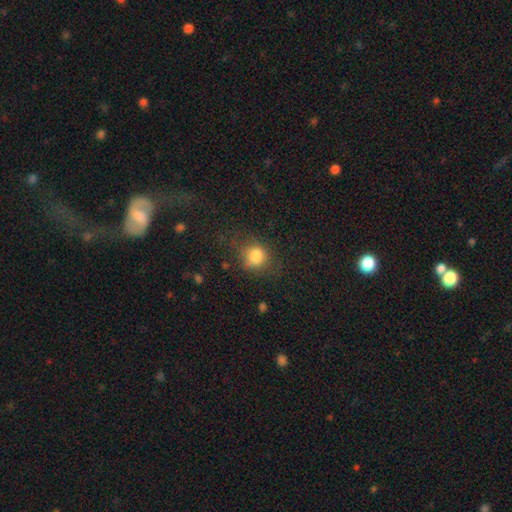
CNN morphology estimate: Overall: smooth (81%). How rounded: round (75%). Merging: none (65%).